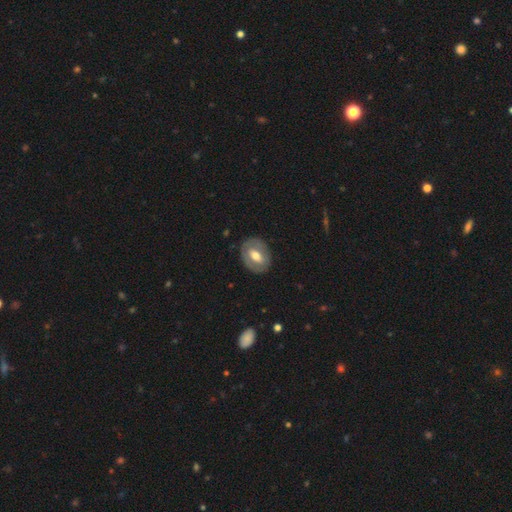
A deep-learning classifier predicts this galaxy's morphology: Smooth or featured? featured or disk (48%)
Merging? none (84%)